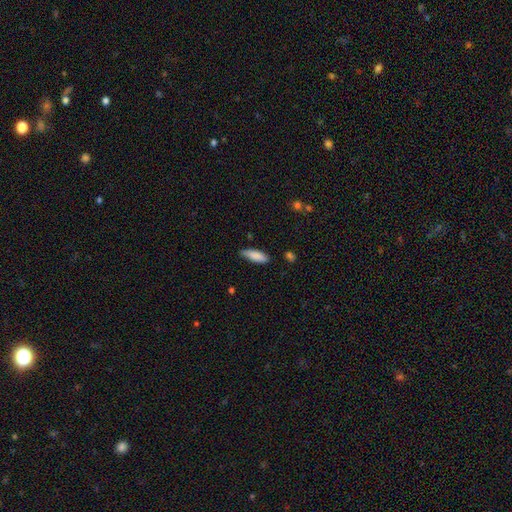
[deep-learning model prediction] smooth-or-featured: smooth: 87% | featured or disk: 7% | star or artifact: 6%
  how-rounded: in between: 57% | cigar-shaped: 41% | round: 2%
  merging: none: 72% | minor disturbance: 23% | major disturbance: 3% | merger: 2%